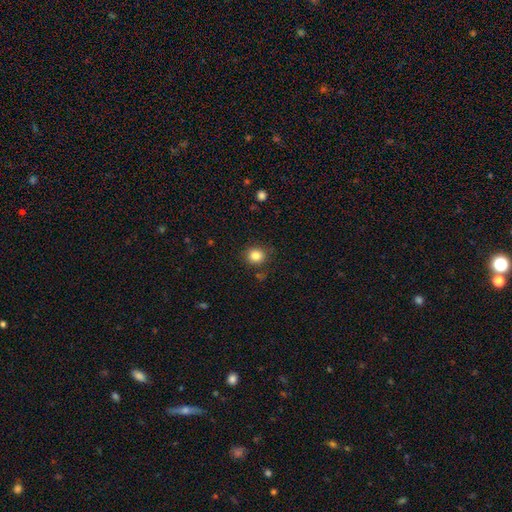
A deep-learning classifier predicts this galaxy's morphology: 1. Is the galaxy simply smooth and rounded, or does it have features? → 83% smooth, 11% star or artifact, 5% featured or disk.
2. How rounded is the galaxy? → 84% round, 15% in between, 1% cigar-shaped.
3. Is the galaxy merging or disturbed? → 85% none, 10% minor disturbance, 3% major disturbance, 2% merger.